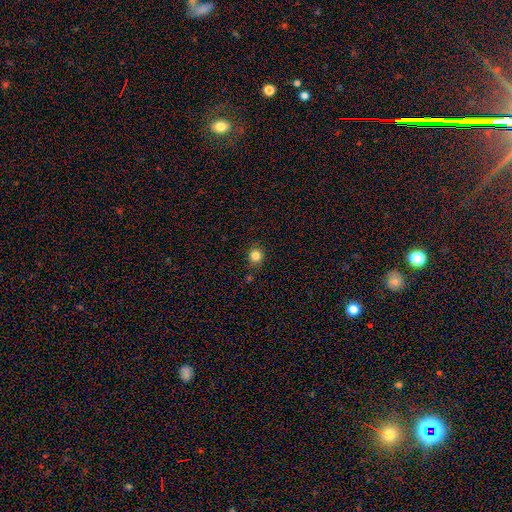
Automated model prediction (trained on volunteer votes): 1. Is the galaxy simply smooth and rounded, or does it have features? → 84% smooth, 12% star or artifact, 5% featured or disk.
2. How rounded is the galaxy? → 87% round, 12% in between, 1% cigar-shaped.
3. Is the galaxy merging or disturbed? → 86% none, 10% minor disturbance, 2% major disturbance, 2% merger.